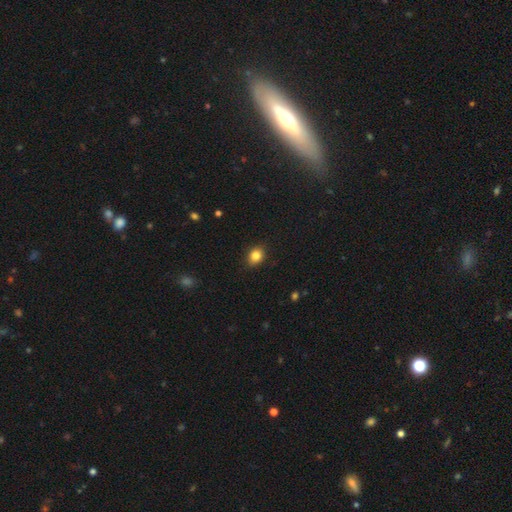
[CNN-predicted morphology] Smooth or featured? Predicted: smooth (p=0.84). How rounded? Predicted: in between (p=0.50). Merging? Predicted: none (p=0.86).